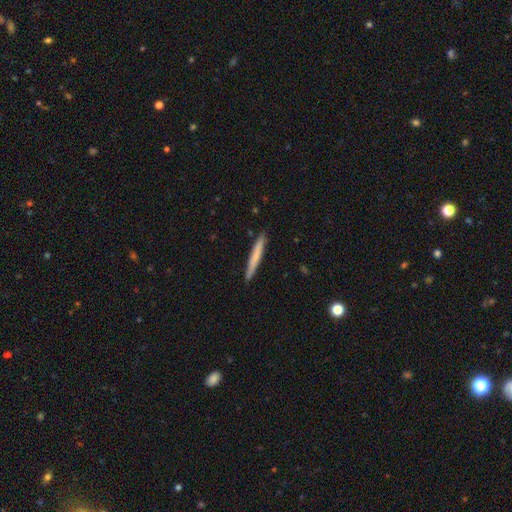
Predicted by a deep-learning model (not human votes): smooth_or_featured: smooth (p=0.65) [alt: featured or disk p=0.29]
how_rounded: cigar-shaped (p=0.97) [alt: in between p=0.02]
merging: none (p=0.90) [alt: minor disturbance p=0.07]